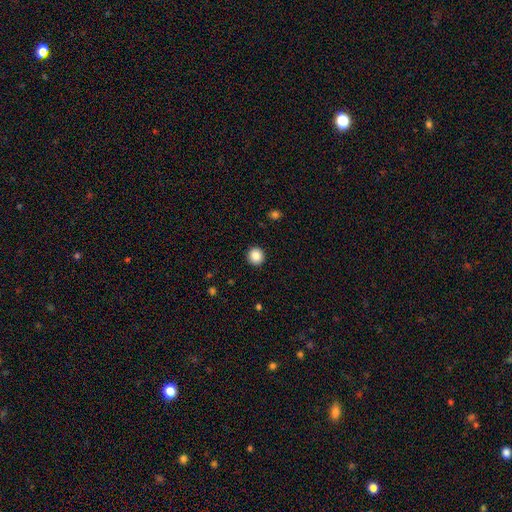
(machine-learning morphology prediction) The model was most divided on "smooth or featured": smooth: 87%, star or artifact: 9%, featured or disk: 4%. More confident: how rounded — round (94%); merging — none (93%).